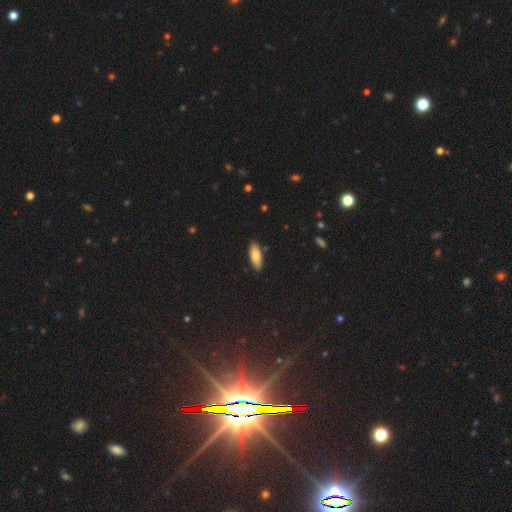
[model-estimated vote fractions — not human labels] Morphology: type=smooth (81%); roundness=in between (66%); merging=none (87%).